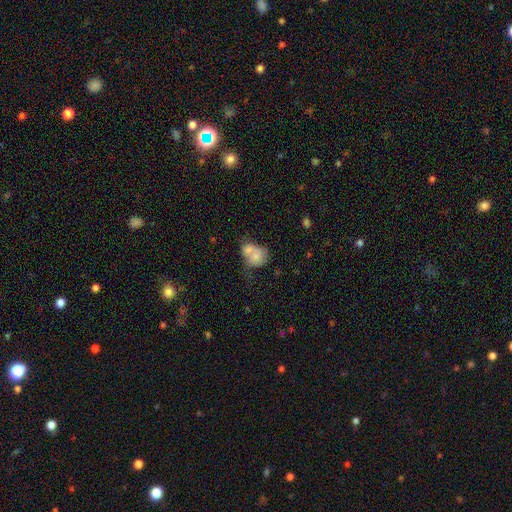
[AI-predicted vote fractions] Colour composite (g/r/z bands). It shows a smooth galaxy with no disk features (67%) that is round (54%). Merging: merger (67%).